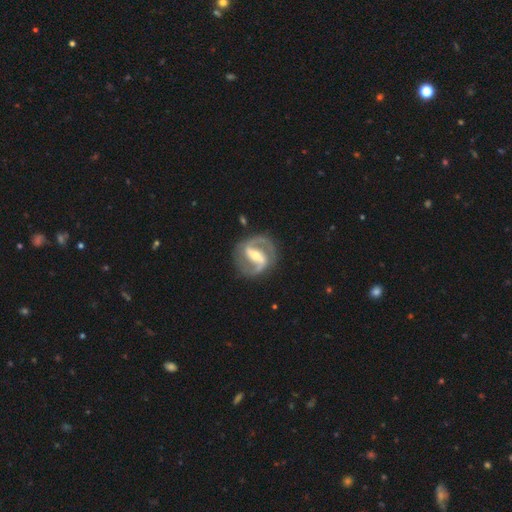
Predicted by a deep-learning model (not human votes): Morphology: type=featured or disk (90%); edge-on=no (97%); bar=strong (64%); spiral arms=yes (96%); winding=medium (56%); arm count=2 (93%); bulge=moderate (58%); merging=none (84%).